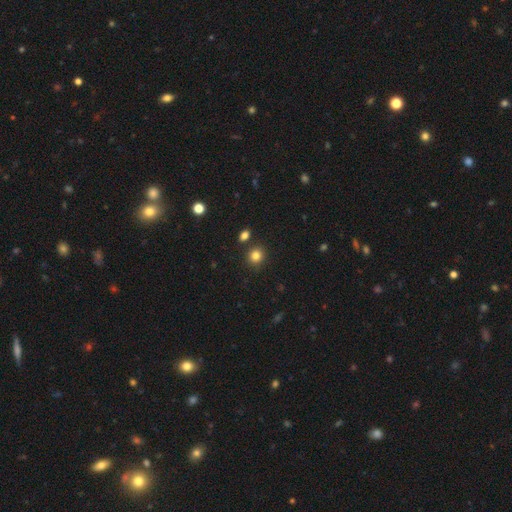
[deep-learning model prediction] smooth_or_featured: smooth (p=0.83) [alt: star or artifact p=0.12]
how_rounded: round (p=0.83) [alt: in between p=0.16]
merging: none (p=0.84) [alt: minor disturbance p=0.07]